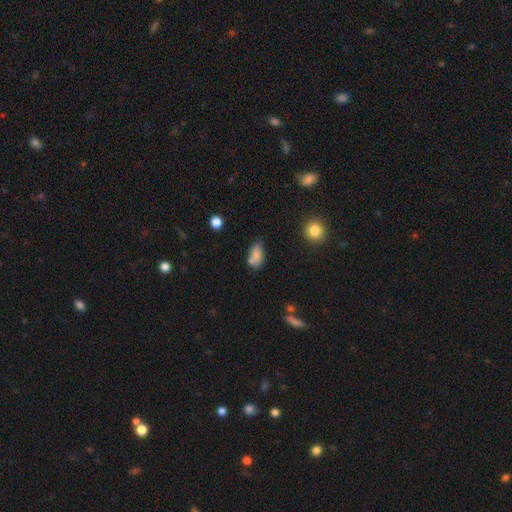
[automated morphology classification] Overall: smooth (79%). How rounded: in between (88%). Merging: none (51%; merger 23%).